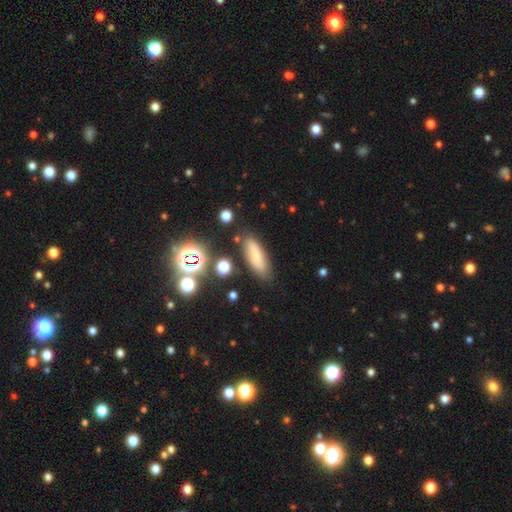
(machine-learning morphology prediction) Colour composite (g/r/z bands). It shows a smooth galaxy with no disk features (67%) that is in between round and cigar-shaped (56%). Merging: none (81%).